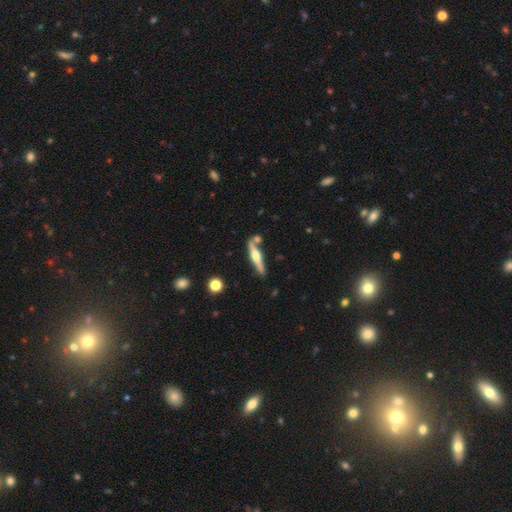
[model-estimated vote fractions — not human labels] smooth-or-featured: featured or disk: 72% | smooth: 23% | star or artifact: 5%
  disk-edge-on: yes: 97% | no: 3%
    edge-on-bulge: rounded: 90% | boxy: 7% | none: 3%
  merging: none: 79% | minor disturbance: 10% | merger: 9% | major disturbance: 2%